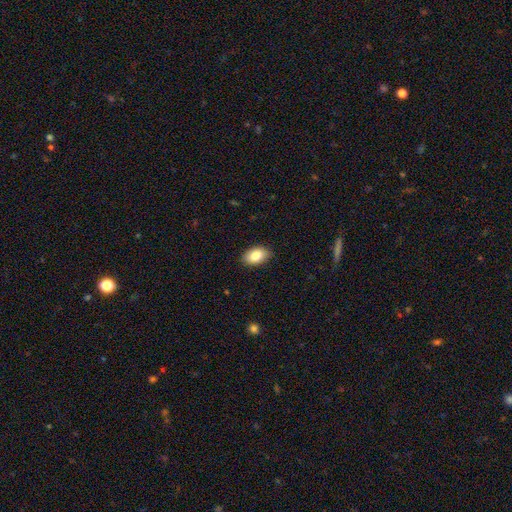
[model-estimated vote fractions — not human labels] Smooth or featured? smooth (85%)
How rounded? in between (92%)
Merging? none (87%)